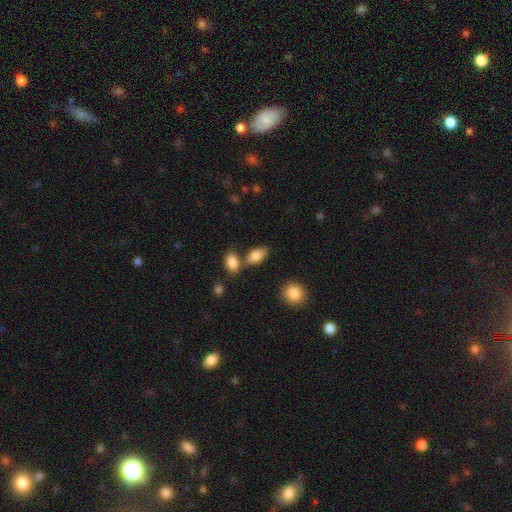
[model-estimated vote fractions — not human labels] A smooth galaxy with no disk features (83%) that is in between round and cigar-shaped (88%).

Vote fractions:
- Smooth or featured? smooth: 83% / featured or disk: 10% / star or artifact: 7%
- How rounded? in between: 88% / cigar-shaped: 7% / round: 5%
- Merging? none: 63% / merger: 20% / minor disturbance: 13% / major disturbance: 4%